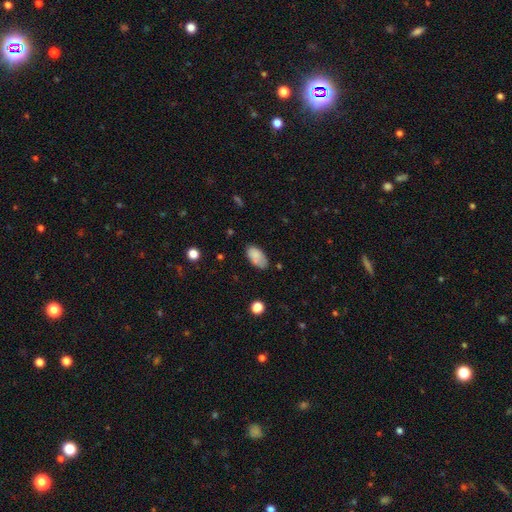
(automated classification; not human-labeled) Smooth or featured? Predicted: smooth (p=0.83). How rounded? Predicted: in between (p=0.94). Merging? Predicted: none (p=0.69).